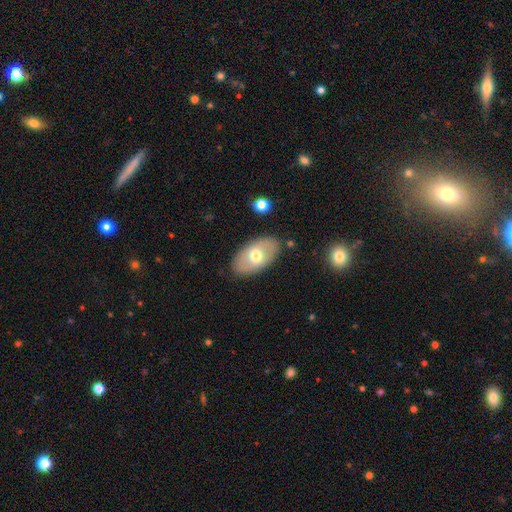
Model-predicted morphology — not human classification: The model was most divided on "smooth or featured": smooth: 60%, featured or disk: 34%, star or artifact: 6%. More confident: how rounded — in between (94%); merging — none (84%).